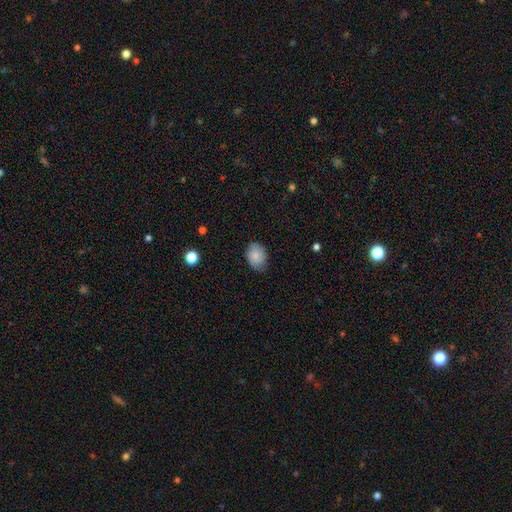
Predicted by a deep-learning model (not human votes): A smooth galaxy with no disk features (85%) that is in between round and cigar-shaped (66%). Merging: none (77%).